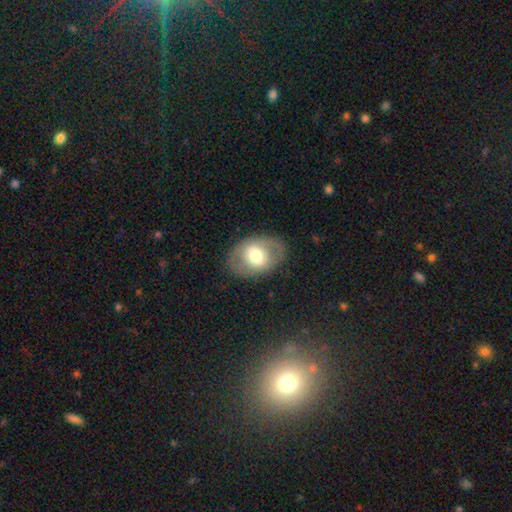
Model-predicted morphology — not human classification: type=smooth (53%); roundness=in between (77%); merging=none (80%).